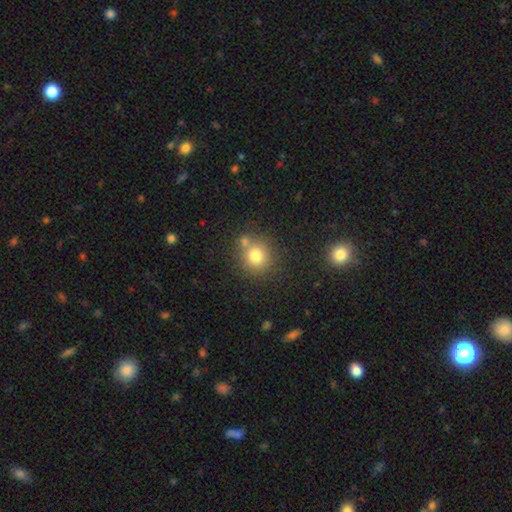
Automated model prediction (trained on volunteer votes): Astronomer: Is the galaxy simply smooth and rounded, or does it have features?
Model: smooth — 77%.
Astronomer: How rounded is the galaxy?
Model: round — 88%.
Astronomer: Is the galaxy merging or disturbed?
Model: none — 67%.